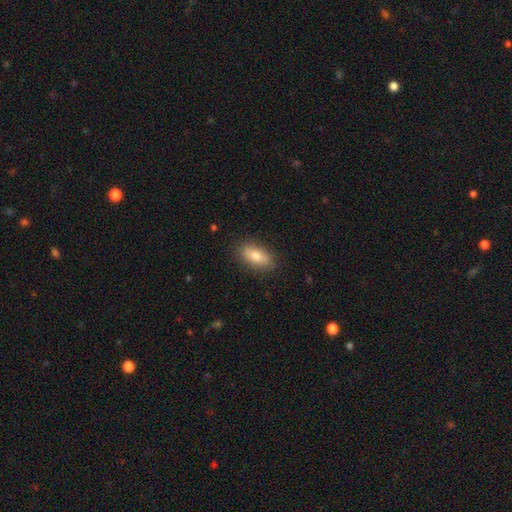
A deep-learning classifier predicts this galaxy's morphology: Overall: smooth (79%). How rounded: in between (86%). Merging: none (87%).